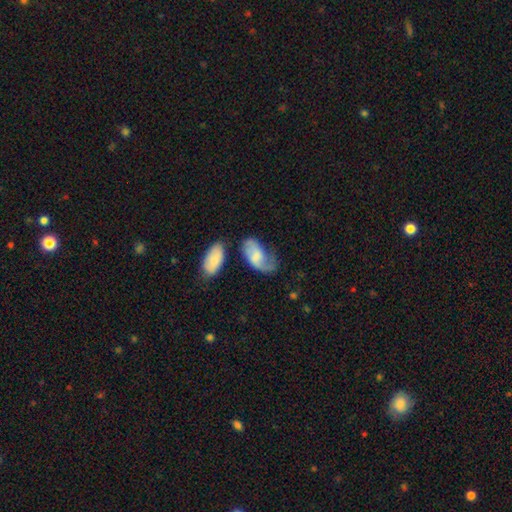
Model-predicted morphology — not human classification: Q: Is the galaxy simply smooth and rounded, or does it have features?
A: featured or disk — 47%.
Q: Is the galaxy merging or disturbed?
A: none — 37%.